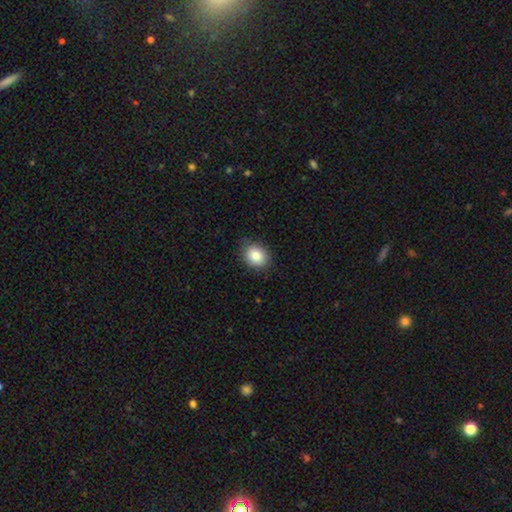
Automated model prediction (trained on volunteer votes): A smooth galaxy with no disk features (84%) that is round (55%).

Vote fractions:
- Smooth or featured? smooth: 84% / star or artifact: 9% / featured or disk: 7%
- How rounded? round: 55% / in between: 44% / cigar-shaped: 1%
- Merging? none: 84% / minor disturbance: 13% / major disturbance: 2% / merger: 1%